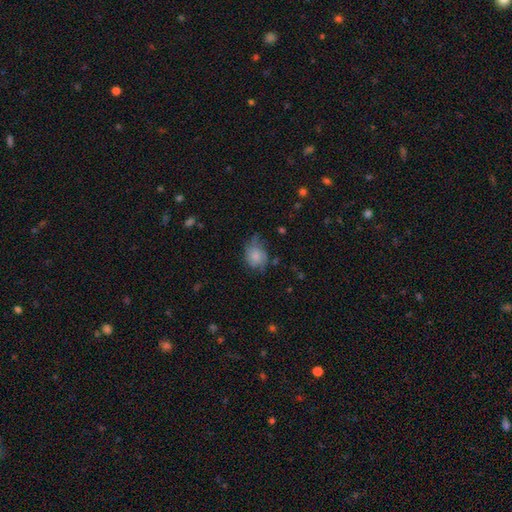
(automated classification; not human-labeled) Smooth or featured?
  - smooth: 70% *
  - featured or disk: 22%
  - star or artifact: 9%
How rounded?
  - round: 53% *
  - in between: 46%
  - cigar-shaped: 1%
Merging?
  - none: 44% *
  - minor disturbance: 36%
  - major disturbance: 18%
  - merger: 3%